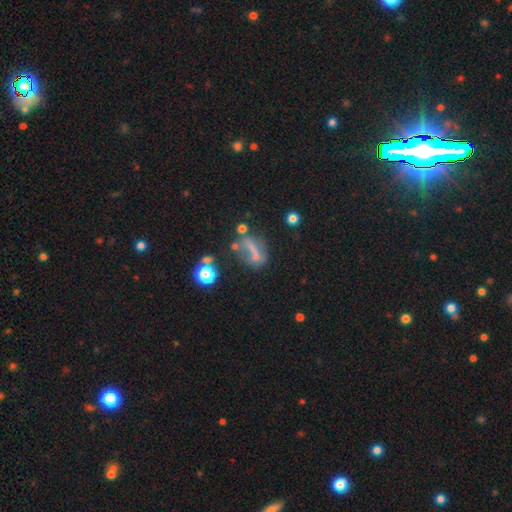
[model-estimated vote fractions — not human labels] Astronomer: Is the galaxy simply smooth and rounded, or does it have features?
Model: featured or disk — 39% (runner-up: smooth, 38%).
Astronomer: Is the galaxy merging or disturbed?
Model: none — 38% (runner-up: major disturbance, 26%).